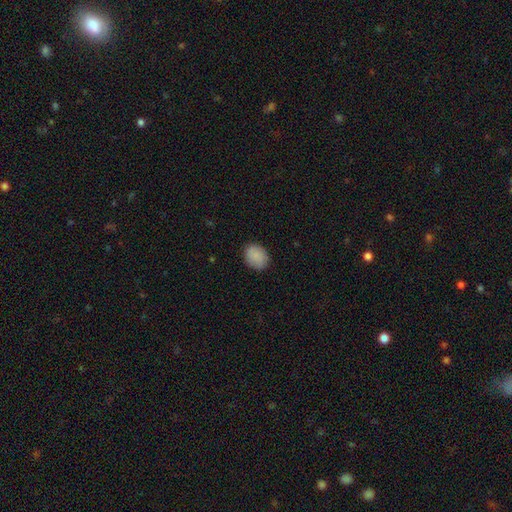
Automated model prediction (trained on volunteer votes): smooth_or_featured: smooth (p=0.87) [alt: star or artifact p=0.07]
how_rounded: in between (p=0.52) [alt: round p=0.47]
merging: none (p=0.85) [alt: minor disturbance p=0.12]